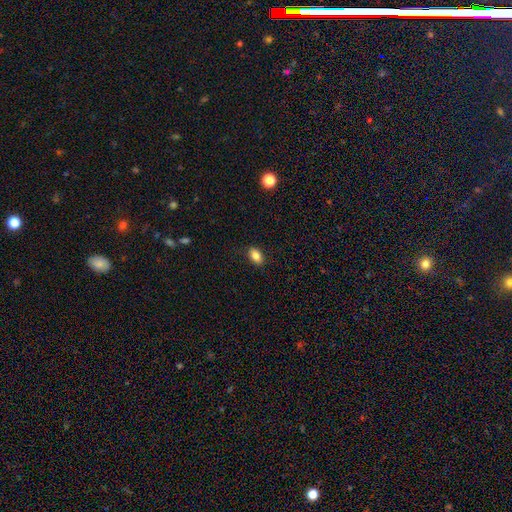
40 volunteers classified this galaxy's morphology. type=smooth (92%); roundness=in between (86%); merging=none (89%).